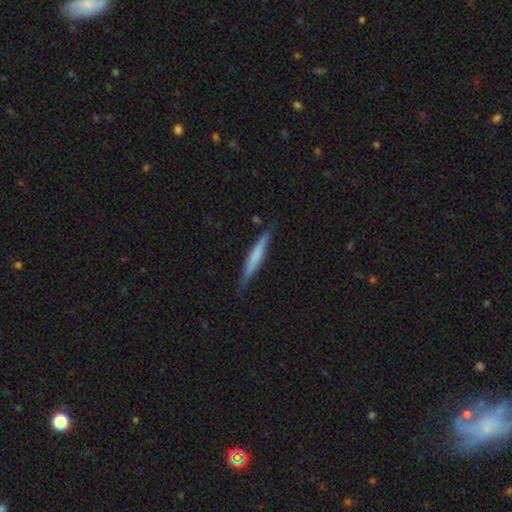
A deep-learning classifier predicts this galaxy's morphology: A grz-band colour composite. It shows a smooth galaxy with no disk features (53%) that is cigar-shaped (94%). Merging: none (84%).